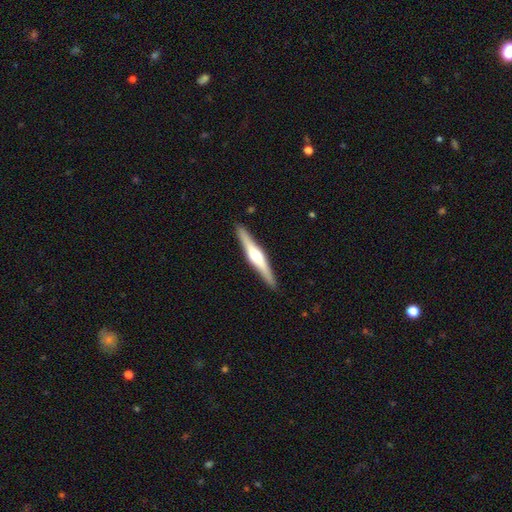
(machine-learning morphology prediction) Smooth or featured? Predicted: featured or disk (p=0.71). Edge-on disk? Predicted: yes (p=0.98). Edge-on bulge? Predicted: rounded (p=0.88). Merging? Predicted: none (p=0.91).